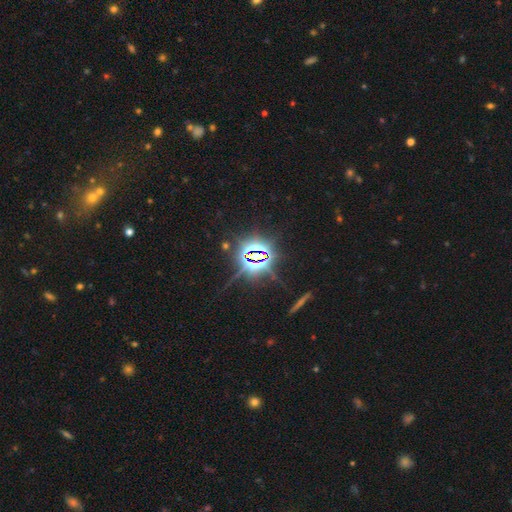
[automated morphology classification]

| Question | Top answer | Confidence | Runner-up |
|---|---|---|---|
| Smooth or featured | star or artifact | 82% | smooth (9%) |